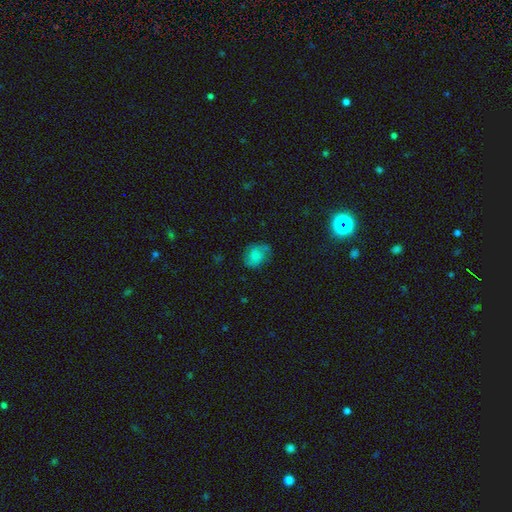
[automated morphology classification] Smooth or featured? smooth (62%)
How rounded? round (50%)
Merging? none (63%)